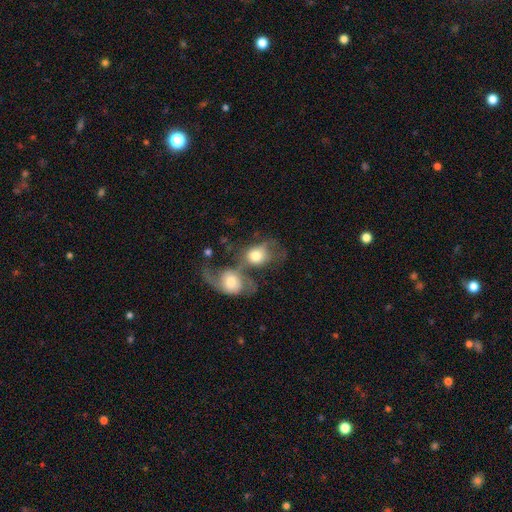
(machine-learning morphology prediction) This is possibly a smooth galaxy (59%). How rounded: possibly in between (51%). Merging: likely merger (69%).